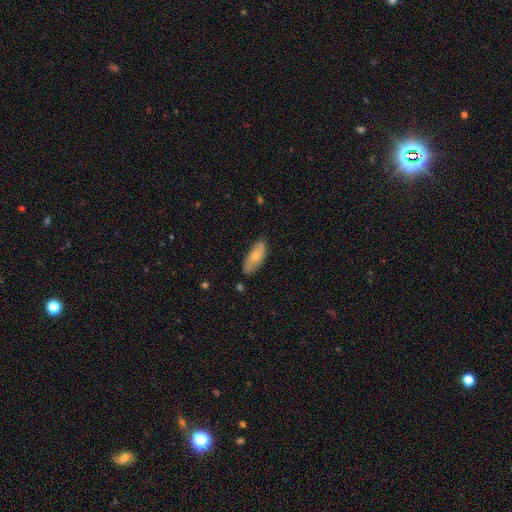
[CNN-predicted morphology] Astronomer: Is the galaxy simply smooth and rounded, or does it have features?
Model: smooth — 65%.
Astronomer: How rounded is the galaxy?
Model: in between — 79%.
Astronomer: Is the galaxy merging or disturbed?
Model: none — 77%.